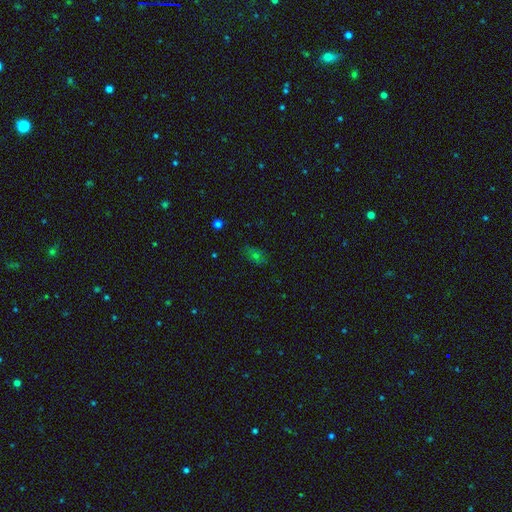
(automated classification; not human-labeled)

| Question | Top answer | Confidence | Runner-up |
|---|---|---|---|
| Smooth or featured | smooth | 48% | star or artifact (33%) |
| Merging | none | 76% | minor disturbance (16%) |